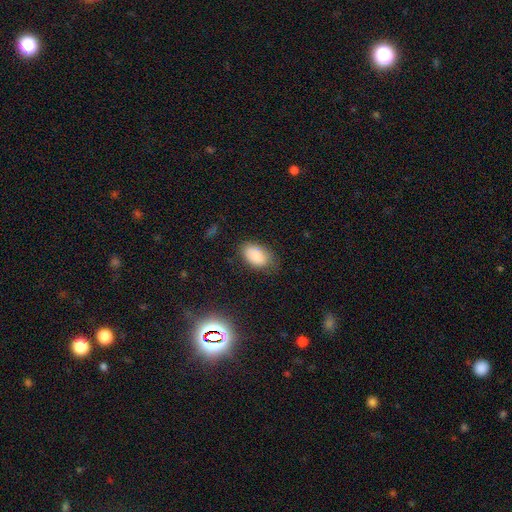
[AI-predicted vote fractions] Smooth or featured?
  - smooth: 85% *
  - star or artifact: 8%
  - featured or disk: 7%
How rounded?
  - in between: 92% *
  - round: 7%
  - cigar-shaped: 1%
Merging?
  - none: 71% *
  - minor disturbance: 22%
  - major disturbance: 6%
  - merger: 2%